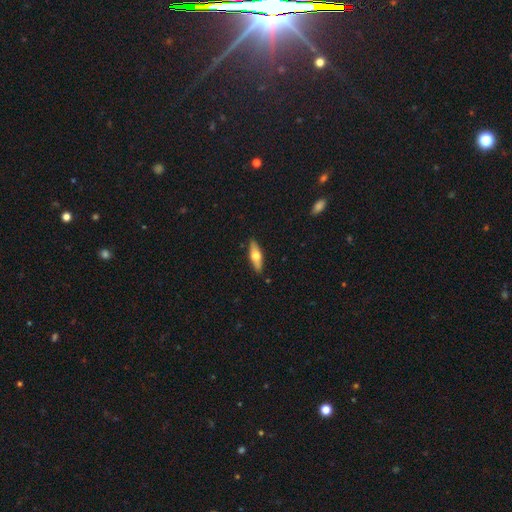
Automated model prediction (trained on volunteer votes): smooth-or-featured: smooth: 51% | featured or disk: 44% | star or artifact: 6%
  how-rounded: in between: 49% | cigar-shaped: 48% | round: 3%
  merging: none: 88% | minor disturbance: 9% | major disturbance: 2% | merger: 1%